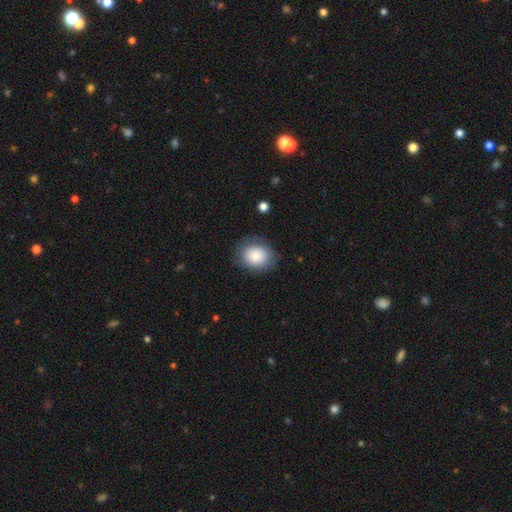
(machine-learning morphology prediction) Smooth or featured?
  - smooth: 83% *
  - featured or disk: 10%
  - star or artifact: 7%
How rounded?
  - round: 50% *
  - in between: 49%
  - cigar-shaped: 1%
Merging?
  - none: 79% *
  - minor disturbance: 15%
  - major disturbance: 5%
  - merger: 1%